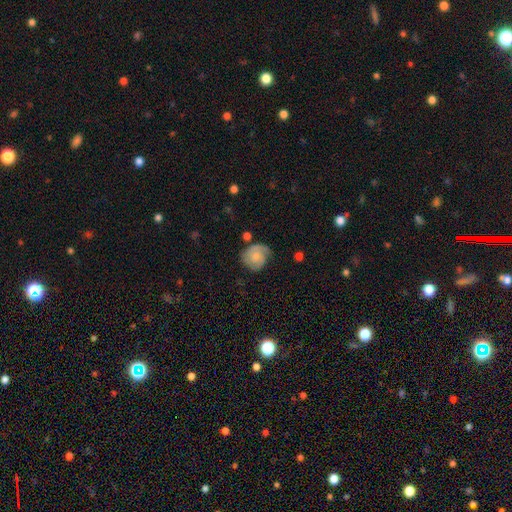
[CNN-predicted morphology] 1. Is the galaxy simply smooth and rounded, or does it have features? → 52% featured or disk, 41% smooth, 7% star or artifact.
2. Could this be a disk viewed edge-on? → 97% no, 3% yes.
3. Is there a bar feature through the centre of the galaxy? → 75% no, 22% weak, 3% strong.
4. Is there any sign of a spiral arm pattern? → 88% yes, 12% no.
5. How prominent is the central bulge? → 50% small, 29% moderate, 17% none, 3% large, 1% dominant.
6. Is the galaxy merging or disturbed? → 60% none, 26% minor disturbance, 11% major disturbance, 3% merger.